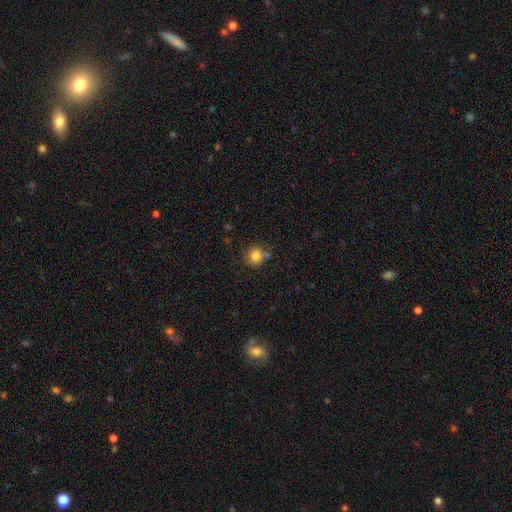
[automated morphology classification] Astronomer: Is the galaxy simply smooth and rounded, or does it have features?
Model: smooth — 83%.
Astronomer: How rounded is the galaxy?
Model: round — 88%.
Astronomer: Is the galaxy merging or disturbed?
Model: none — 74%.